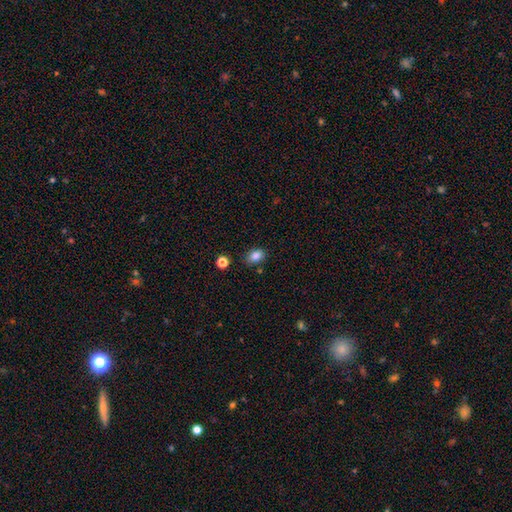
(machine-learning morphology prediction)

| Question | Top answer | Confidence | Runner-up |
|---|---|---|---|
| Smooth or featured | smooth | 85% | star or artifact (11%) |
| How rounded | in between | 75% | round (24%) |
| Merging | none | 78% | minor disturbance (15%) |